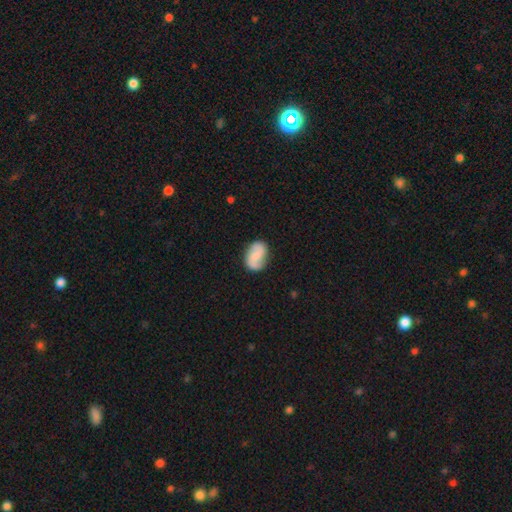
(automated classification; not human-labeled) Smooth or featured? featured or disk (54%)
Edge-on disk? no (97%)
Bar? no (48%)
Spiral arms? yes (92%)
Bulge size? small (39%)
Merging? none (76%)